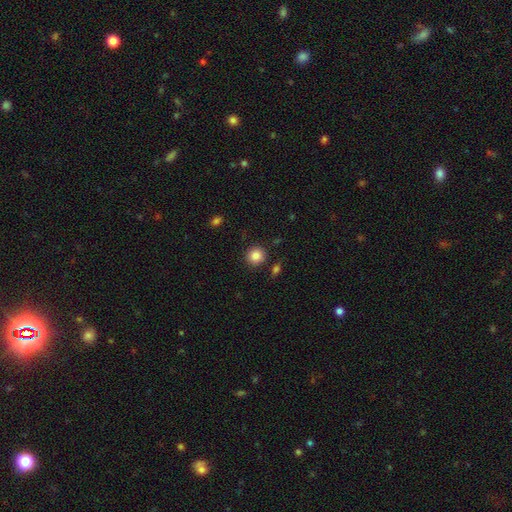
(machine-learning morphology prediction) A smooth galaxy with no disk features (84%) that is round (92%).

Vote fractions:
- Smooth or featured? smooth: 84% / star or artifact: 10% / featured or disk: 6%
- How rounded? round: 92% / in between: 7% / cigar-shaped: 1%
- Merging? none: 88% / minor disturbance: 7% / merger: 3% / major disturbance: 2%